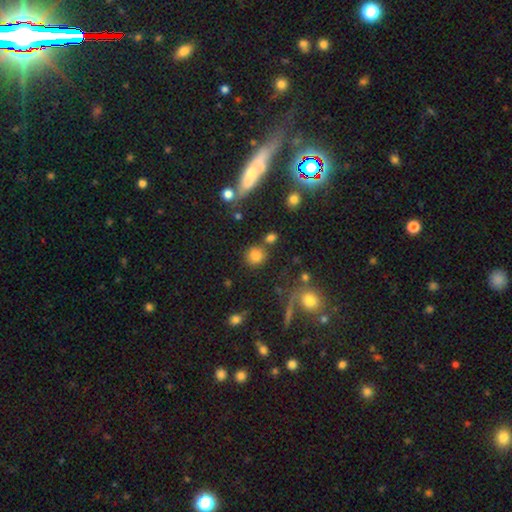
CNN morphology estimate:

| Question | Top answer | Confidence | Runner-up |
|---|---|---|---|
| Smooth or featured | smooth | 78% | star or artifact (14%) |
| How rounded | round | 85% | in between (13%) |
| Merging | none | 75% | minor disturbance (11%) |